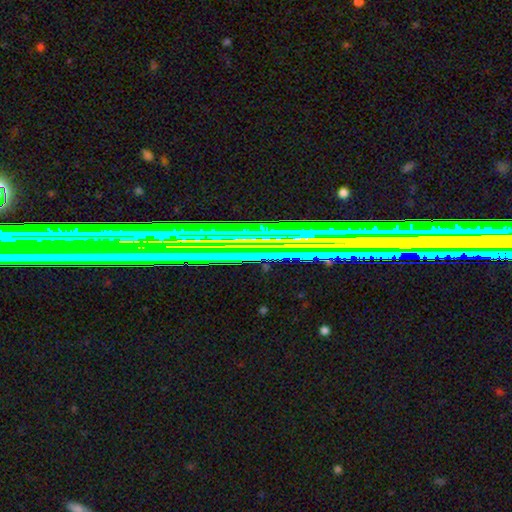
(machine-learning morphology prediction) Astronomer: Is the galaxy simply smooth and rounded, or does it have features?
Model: star or artifact — 57%.